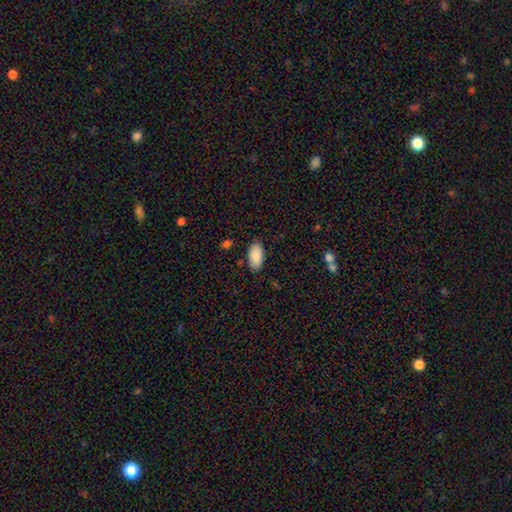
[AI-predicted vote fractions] smooth 89%, star or artifact 6%, featured or disk 4%. Down the decision tree: how rounded — in between (94%); merging — none (85%).